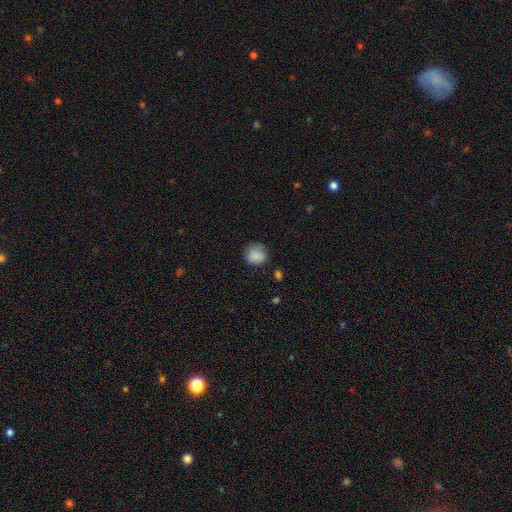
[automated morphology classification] smooth 85%, star or artifact 9%, featured or disk 6%. Down the decision tree: how rounded — round (82%); merging — none (73%).